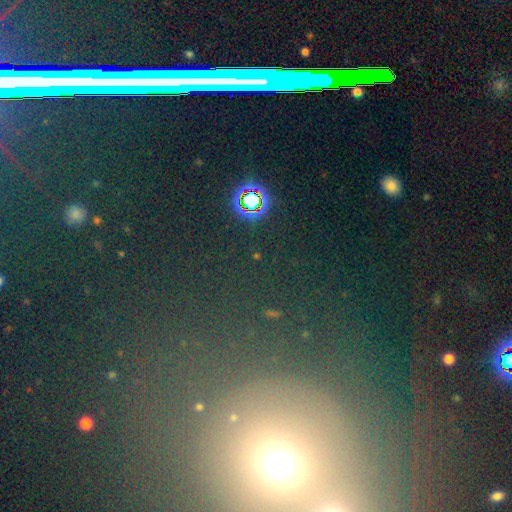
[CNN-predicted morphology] type=star or artifact (47%).